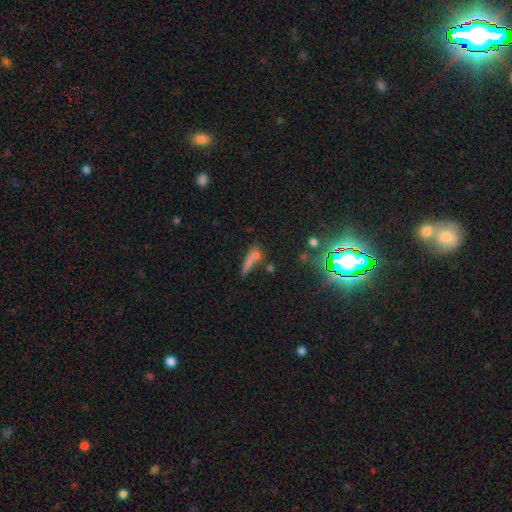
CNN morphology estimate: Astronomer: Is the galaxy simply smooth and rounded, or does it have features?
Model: smooth — 50% (runner-up: star or artifact, 31%).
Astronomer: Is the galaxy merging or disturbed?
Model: none — 49%.